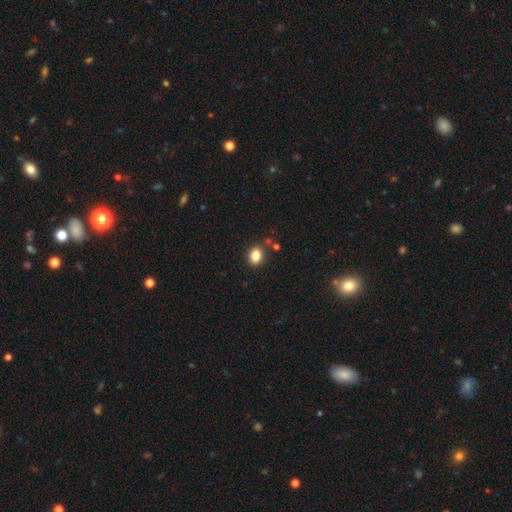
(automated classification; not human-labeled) This is clearly a smooth galaxy (84%). How rounded: likely in between (66%). Merging: clearly none (81%).